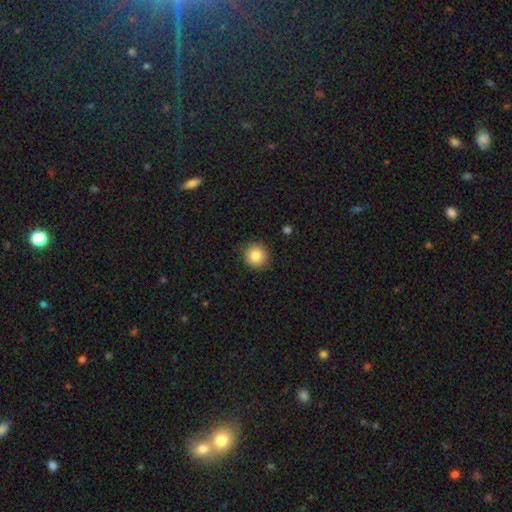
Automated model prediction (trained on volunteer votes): smooth_or_featured: smooth (p=0.84) [alt: star or artifact p=0.10]
how_rounded: round (p=0.93) [alt: in between p=0.06]
merging: none (p=0.90) [alt: minor disturbance p=0.07]